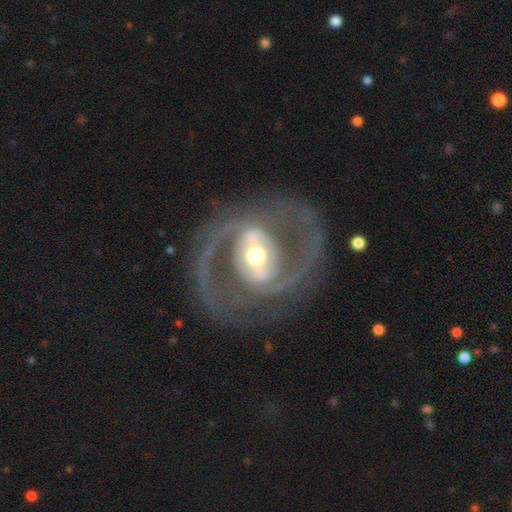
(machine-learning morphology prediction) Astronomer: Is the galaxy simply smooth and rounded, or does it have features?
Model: featured or disk — 90%.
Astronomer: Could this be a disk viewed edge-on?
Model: no — 97%.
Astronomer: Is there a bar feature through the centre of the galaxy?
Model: strong — 56%.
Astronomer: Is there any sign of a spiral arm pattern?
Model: yes — 94%.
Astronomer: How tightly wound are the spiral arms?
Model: medium — 58%.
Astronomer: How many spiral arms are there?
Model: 2 — 92%.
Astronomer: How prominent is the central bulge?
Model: moderate — 64%.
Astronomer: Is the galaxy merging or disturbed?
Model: none — 78%.